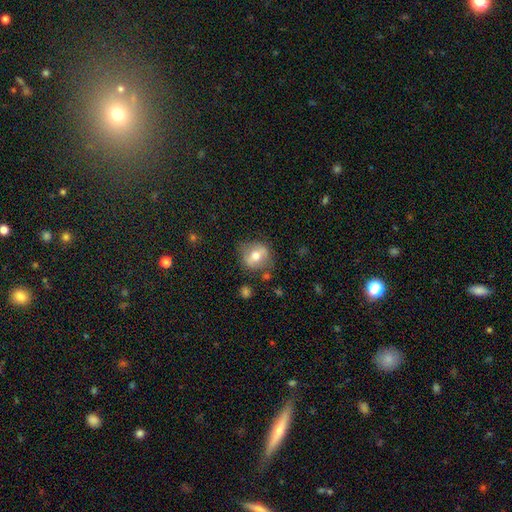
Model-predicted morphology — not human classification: Smooth or featured? Predicted: smooth (p=0.53). How rounded? Predicted: round (p=0.61). Merging? Predicted: none (p=0.73).